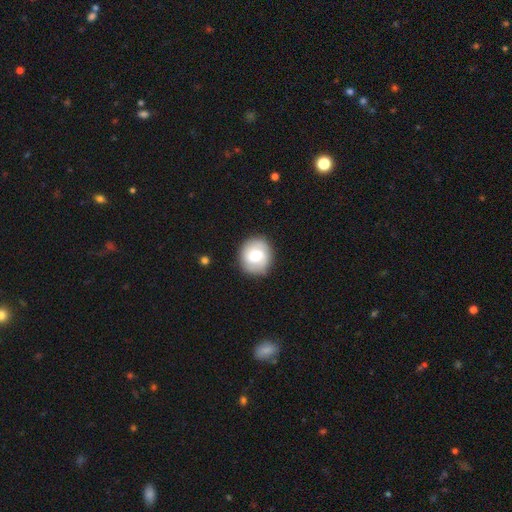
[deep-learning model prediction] Smooth or featured? Predicted: smooth (p=0.61). How rounded? Predicted: round (p=0.82). Merging? Predicted: none (p=0.87).